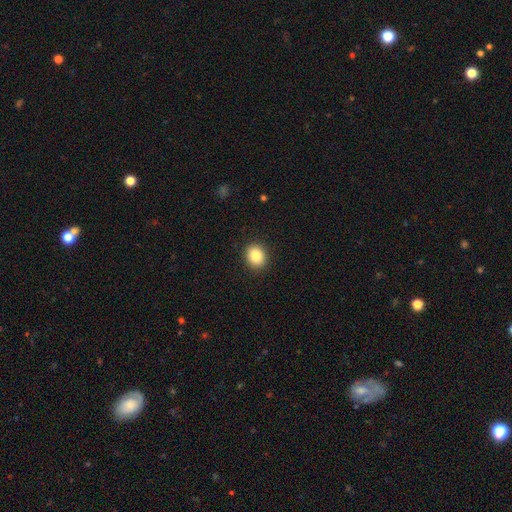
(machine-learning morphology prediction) smooth 85%, star or artifact 9%, featured or disk 6%. Down the decision tree: how rounded — round (68%); merging — none (91%).